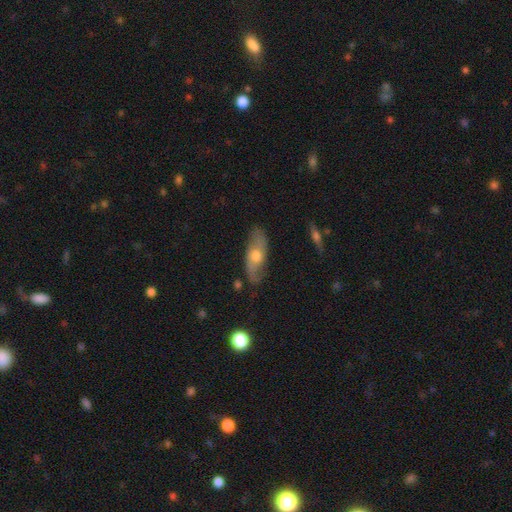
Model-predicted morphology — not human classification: This appears to be a featured or disk galaxy (57%). Merging: none (77%).